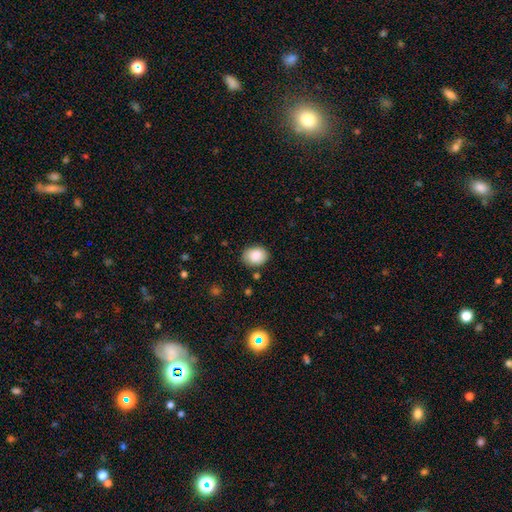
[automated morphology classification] A smooth galaxy with no disk features (87%) that is in between round and cigar-shaped (62%).

Vote fractions:
- Smooth or featured? smooth: 87% / star or artifact: 8% / featured or disk: 6%
- How rounded? in between: 62% / round: 37% / cigar-shaped: 1%
- Merging? none: 83% / minor disturbance: 12% / major disturbance: 3% / merger: 2%